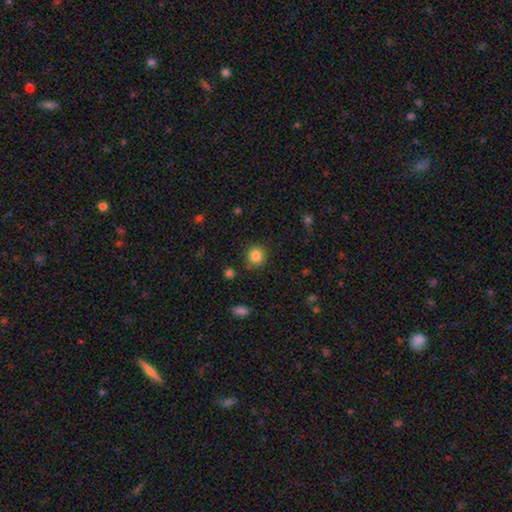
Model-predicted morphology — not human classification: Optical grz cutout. It shows a smooth galaxy with no disk features (85%) that is round (87%). Merging: none (83%).